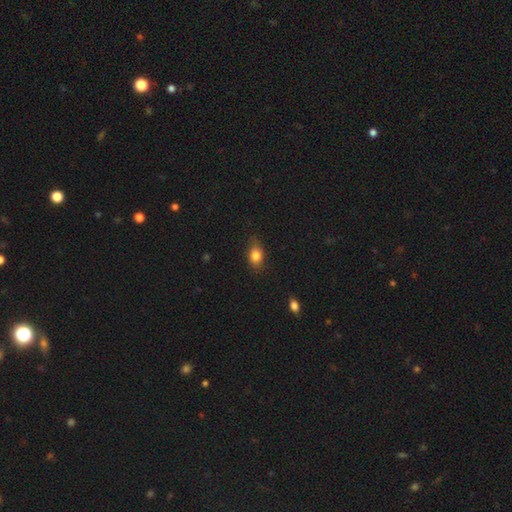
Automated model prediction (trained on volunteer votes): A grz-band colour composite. It shows a smooth galaxy with no disk features (81%) that is in between round and cigar-shaped (68%). Merging: none (73%).